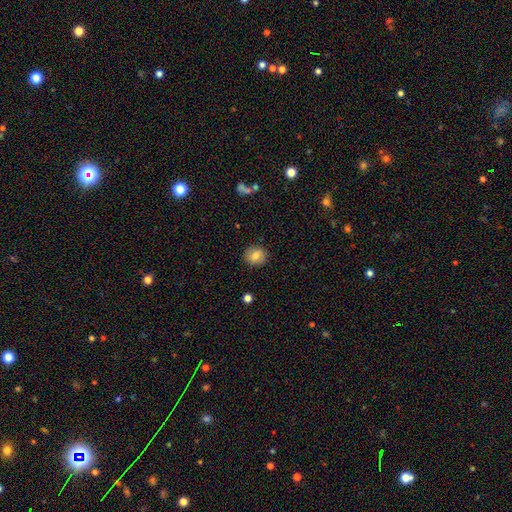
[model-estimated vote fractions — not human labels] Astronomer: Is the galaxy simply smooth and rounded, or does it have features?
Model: smooth — 78%.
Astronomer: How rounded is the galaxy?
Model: round — 80%.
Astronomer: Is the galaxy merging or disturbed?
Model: none — 89%.